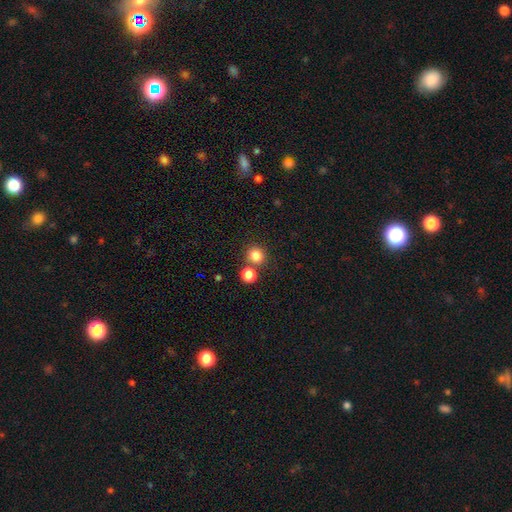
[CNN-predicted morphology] type=smooth (83%); roundness=round (86%); merging=none (73%).